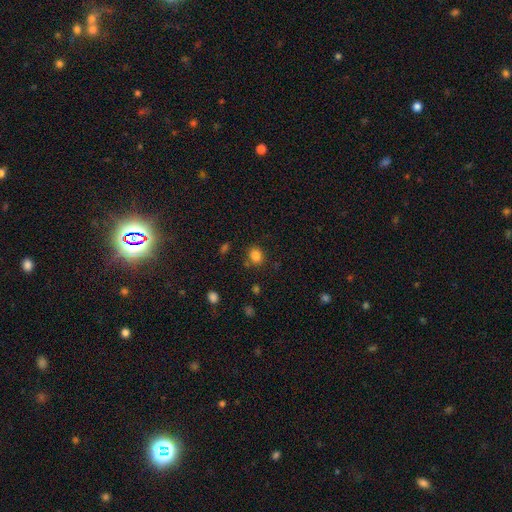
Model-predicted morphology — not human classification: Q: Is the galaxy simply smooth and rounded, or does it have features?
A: smooth — 84%.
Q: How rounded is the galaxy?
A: round — 62%.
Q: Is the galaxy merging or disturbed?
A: none — 78%.